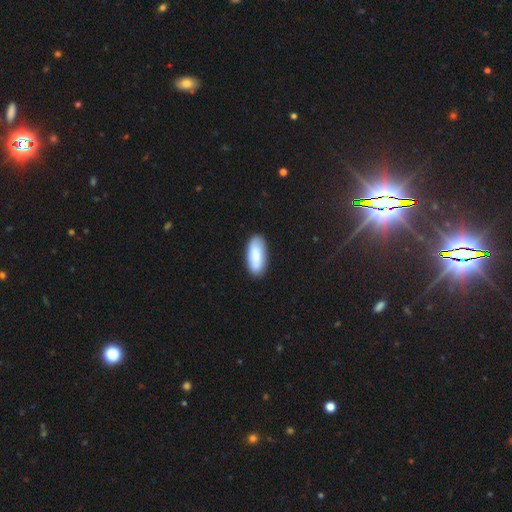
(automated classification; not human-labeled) Smooth or featured?
  - smooth: 80% *
  - featured or disk: 14%
  - star or artifact: 6%
How rounded?
  - in between: 85% *
  - cigar-shaped: 13%
  - round: 2%
Merging?
  - none: 83% *
  - minor disturbance: 12%
  - major disturbance: 3%
  - merger: 2%